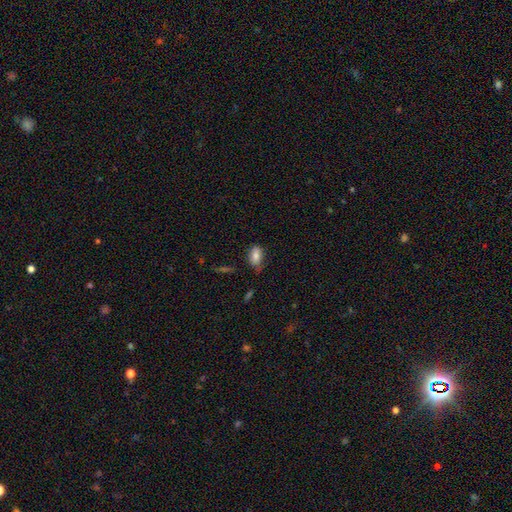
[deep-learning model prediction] A smooth galaxy with no disk features (78%) that is in between round and cigar-shaped (89%). Merging: none (62%).